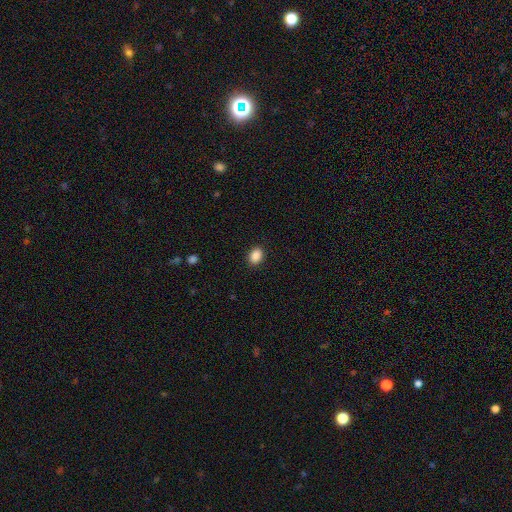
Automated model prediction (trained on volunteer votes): Smooth or featured: smooth — 89% (star or artifact — 8%)
How rounded: in between — 68% (round — 31%)
Merging: none — 90% (minor disturbance — 7%)